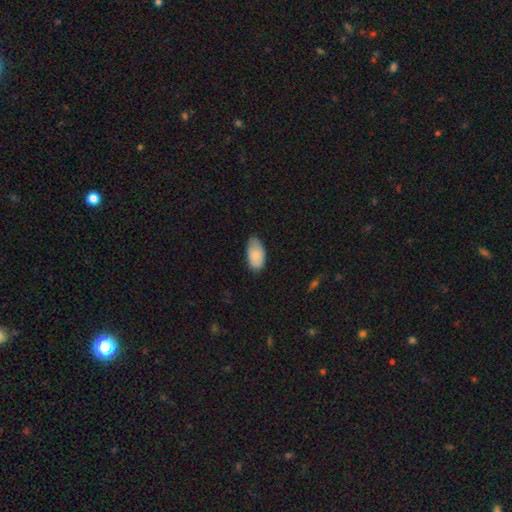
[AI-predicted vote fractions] smooth_or_featured: smooth (p=0.86) [alt: featured or disk p=0.08]
how_rounded: in between (p=0.95) [alt: round p=0.03]
merging: none (p=0.69) [alt: minor disturbance p=0.26]